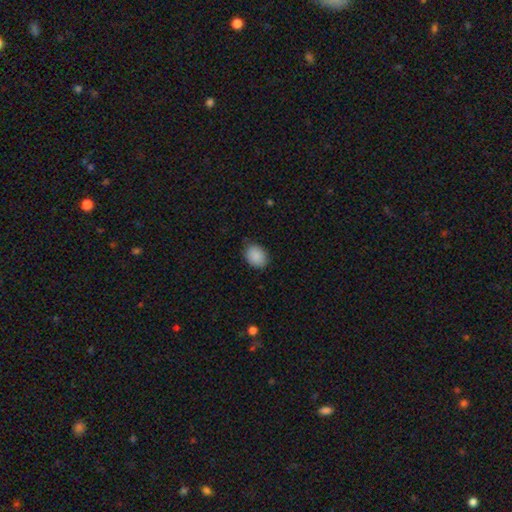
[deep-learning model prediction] Overall: smooth (89%). How rounded: in between (62%; round 37%). Merging: none (82%).